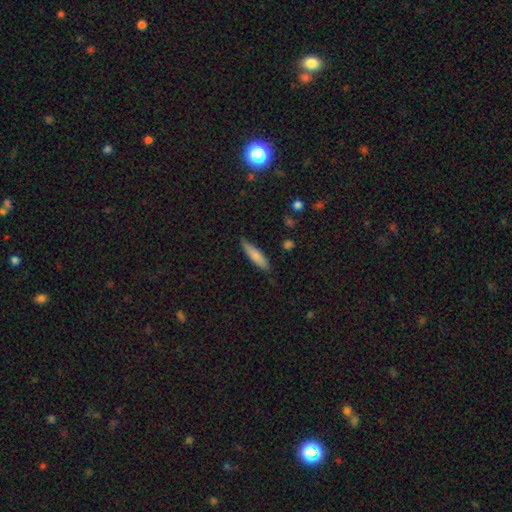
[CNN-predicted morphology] A smooth galaxy with no disk features (77%) that is cigar-shaped (74%).

Vote fractions:
- Smooth or featured? smooth: 77% / featured or disk: 17% / star or artifact: 6%
- How rounded? cigar-shaped: 74% / in between: 25% / round: 2%
- Merging? none: 80% / minor disturbance: 16% / major disturbance: 2% / merger: 1%